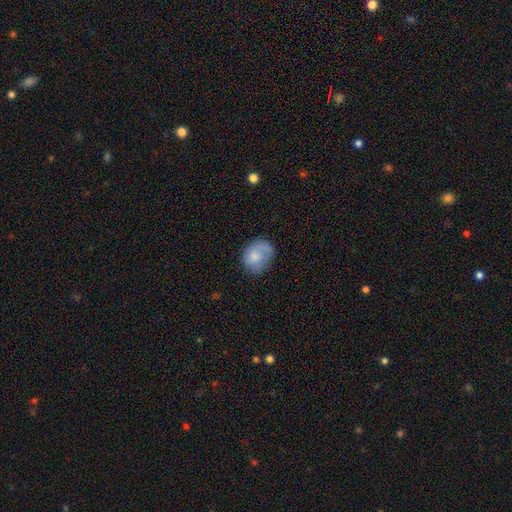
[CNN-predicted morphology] A smooth galaxy with no disk features (75%) that is in between round and cigar-shaped (53%).

Vote fractions:
- Smooth or featured? smooth: 75% / featured or disk: 18% / star or artifact: 7%
- How rounded? in between: 53% / round: 46% / cigar-shaped: 1%
- Merging? none: 59% / minor disturbance: 27% / major disturbance: 12% / merger: 3%